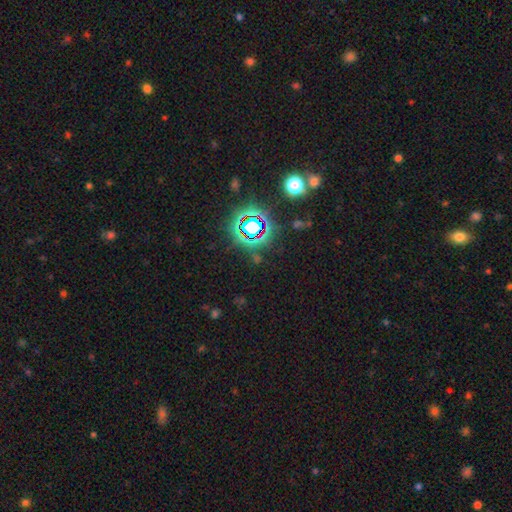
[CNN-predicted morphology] type=star or artifact (73%).